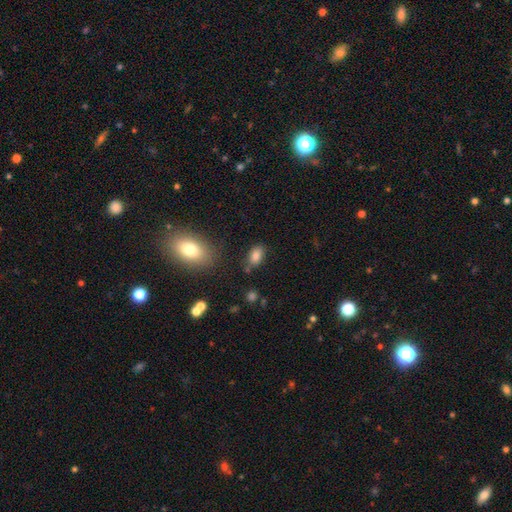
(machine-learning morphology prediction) smooth_or_featured: smooth (p=0.83) [alt: star or artifact p=0.10]
how_rounded: in between (p=0.87) [alt: round p=0.10]
merging: none (p=0.74) [alt: minor disturbance p=0.16]